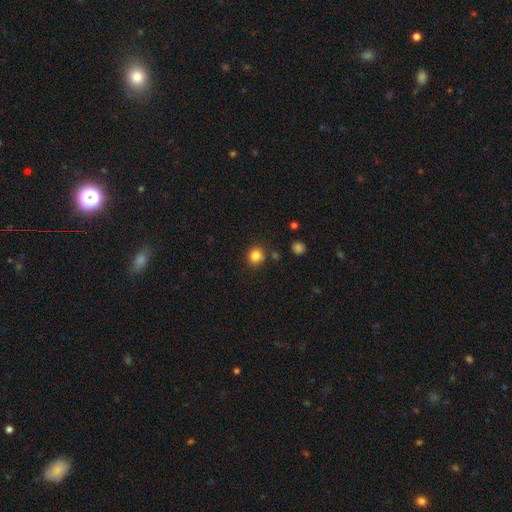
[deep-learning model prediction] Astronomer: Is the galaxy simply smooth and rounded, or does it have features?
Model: smooth — 83%.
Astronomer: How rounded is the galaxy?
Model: round — 85%.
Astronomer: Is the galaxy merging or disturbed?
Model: none — 81%.